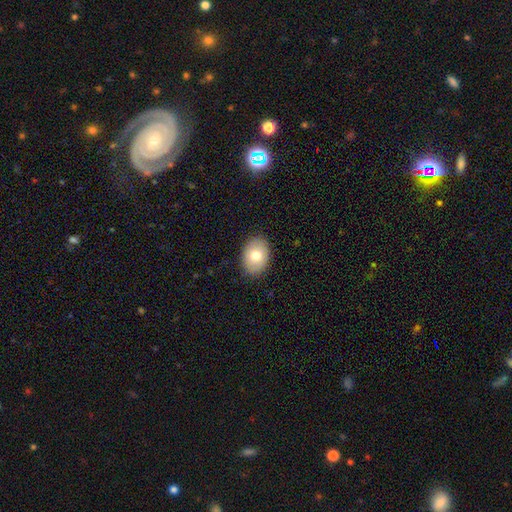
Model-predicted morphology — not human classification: The model was most divided on "how rounded": in between: 78%, round: 21%, cigar-shaped: 1%. More confident: merging — none (88%); smooth or featured — smooth (77%).